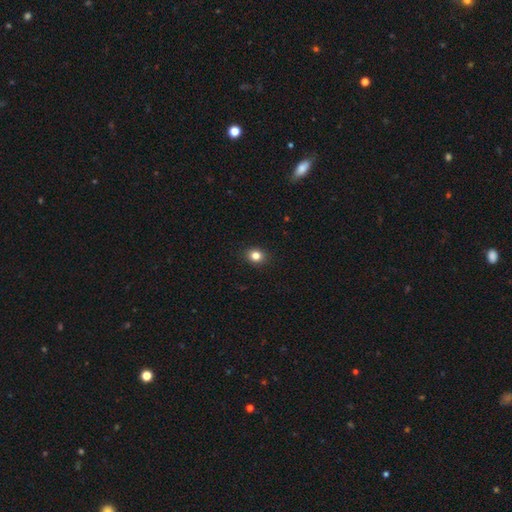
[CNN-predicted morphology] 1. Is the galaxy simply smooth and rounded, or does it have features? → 83% smooth, 12% star or artifact, 5% featured or disk.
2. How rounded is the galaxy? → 67% round, 32% in between, 1% cigar-shaped.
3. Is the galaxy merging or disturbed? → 91% none, 6% minor disturbance, 2% major disturbance, 1% merger.